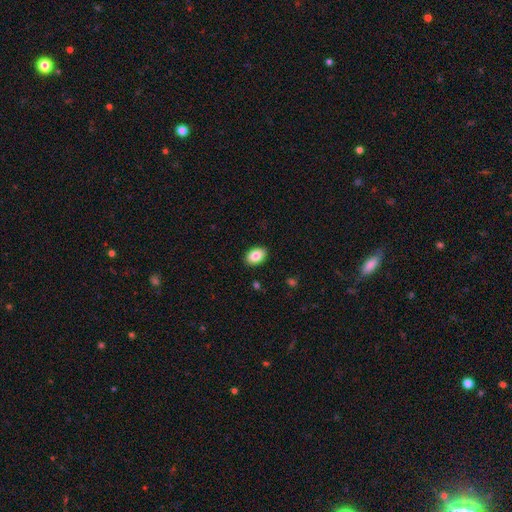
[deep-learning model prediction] Q: Smooth or featured?
A: smooth (86%); runner-up: star or artifact (7%)
Q: How rounded?
A: in between (83%); runner-up: round (16%)
Q: Merging?
A: none (90%); runner-up: minor disturbance (7%)